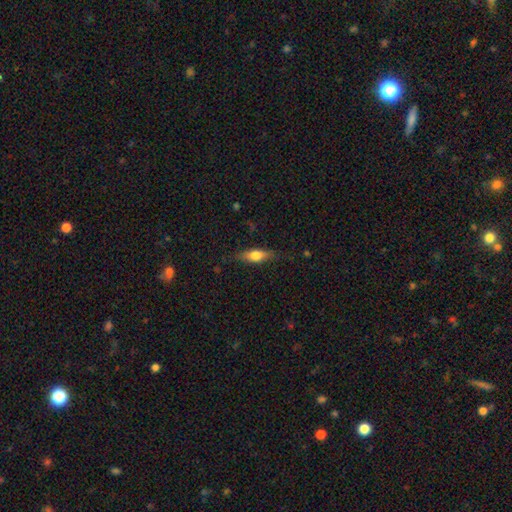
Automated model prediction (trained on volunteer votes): smooth_or_featured: smooth (p=0.62) [alt: featured or disk p=0.32]
how_rounded: in between (p=0.53) [alt: cigar-shaped p=0.44]
merging: none (p=0.79) [alt: minor disturbance p=0.16]